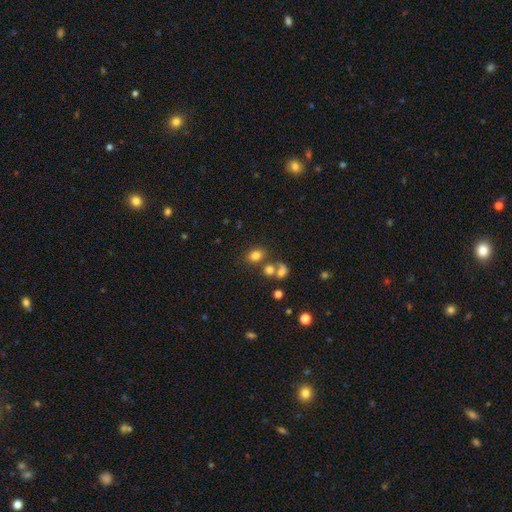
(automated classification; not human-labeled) This is likely a smooth galaxy (77%). How rounded: possibly in between (59%). Merging: likely none (65%).